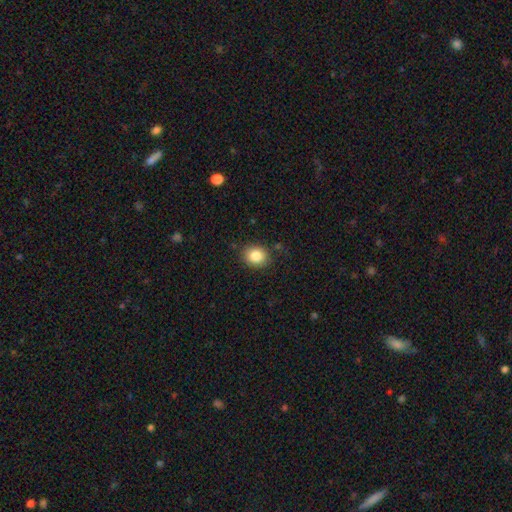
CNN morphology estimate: A smooth galaxy with no disk features (85%) that is round (65%). Merging: none (85%).